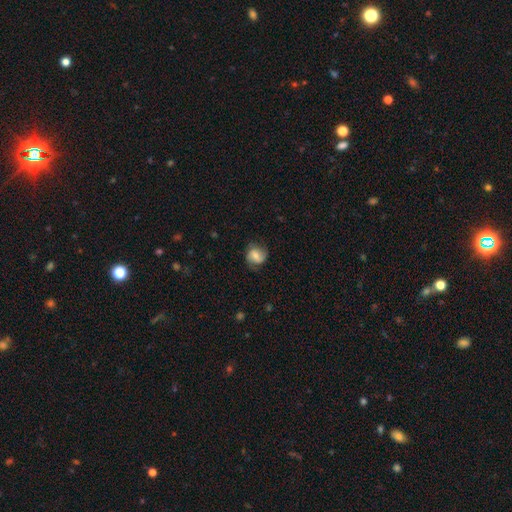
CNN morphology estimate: A smooth galaxy with no disk features (51%) that is round (69%).

Vote fractions:
- Smooth or featured? smooth: 51% / featured or disk: 40% / star or artifact: 8%
- How rounded? round: 69% / in between: 30% / cigar-shaped: 1%
- Merging? none: 68% / minor disturbance: 22% / major disturbance: 9% / merger: 1%